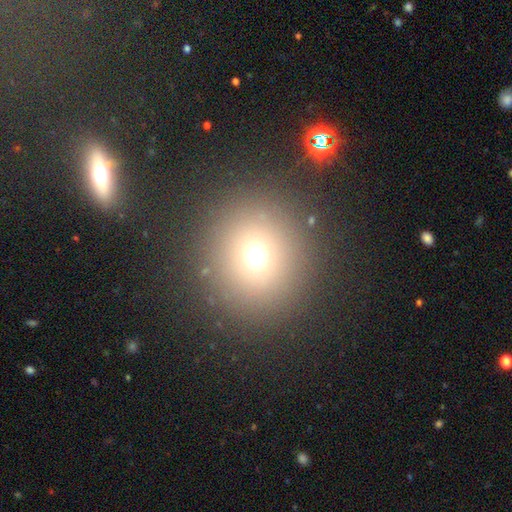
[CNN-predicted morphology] This appears to be a smooth galaxy with no disk features (68%) that is round (92%). Merging: none (87%).